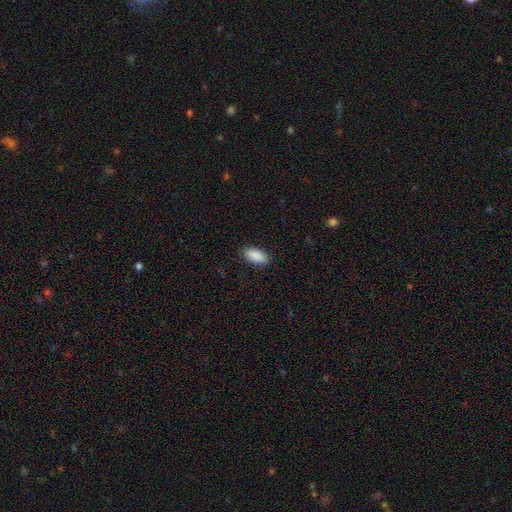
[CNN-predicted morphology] This appears to be a smooth galaxy with no disk features (91%) that is in between round and cigar-shaped (90%). Merging: none (89%).